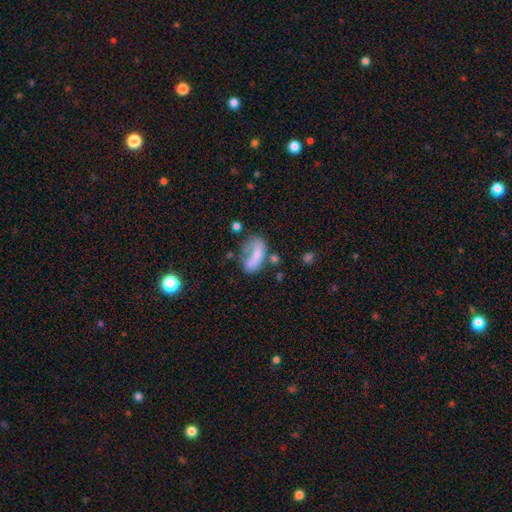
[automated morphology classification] This is possibly a smooth galaxy (60%). How rounded: clearly in between (86%). Merging: marginally none (30%, tied with major disturbance).